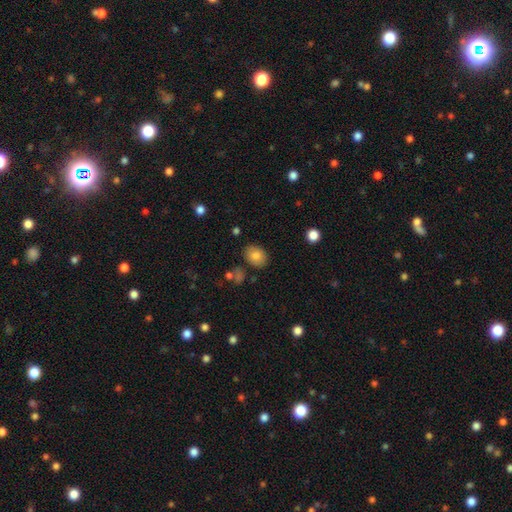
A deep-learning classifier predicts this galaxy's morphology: Smooth or featured? smooth (81%)
How rounded? in between (67%)
Merging? none (83%)